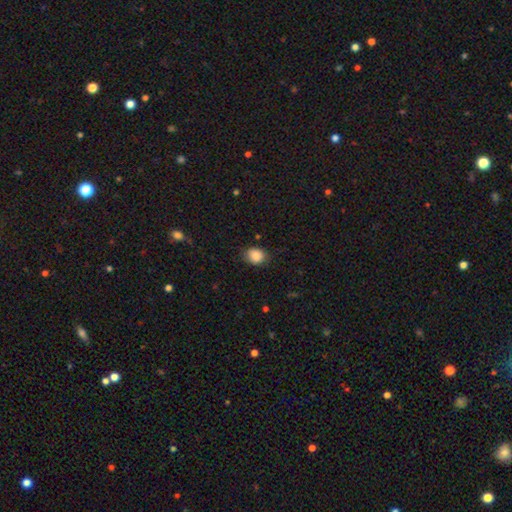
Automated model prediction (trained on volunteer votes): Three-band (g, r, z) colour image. It shows a smooth galaxy with no disk features (86%) that is in between round and cigar-shaped (51%). Merging: none (76%).